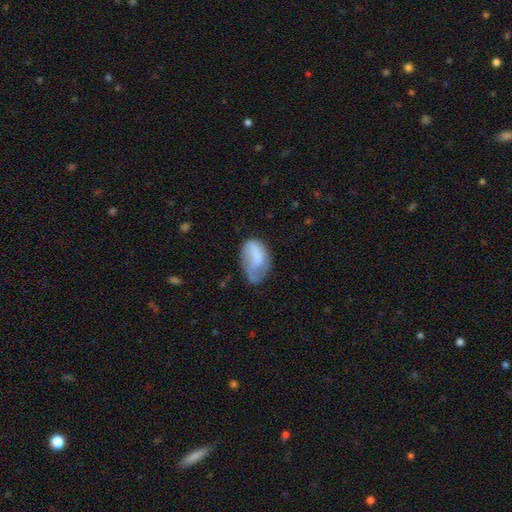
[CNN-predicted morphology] This appears to be a smooth galaxy with no disk features (63%) that is in between round and cigar-shaped (88%). Merging: minor disturbance (36%).